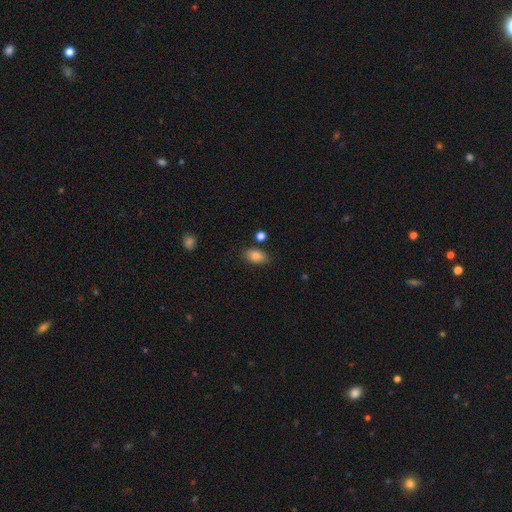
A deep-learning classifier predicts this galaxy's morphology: smooth 84%, star or artifact 9%, featured or disk 7%. Down the decision tree: how rounded — in between (89%); merging — none (82%).